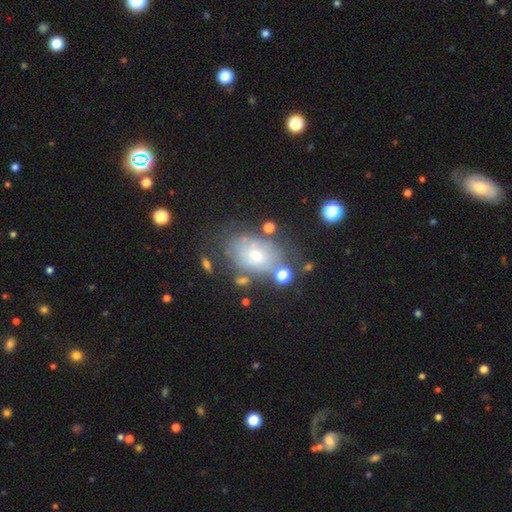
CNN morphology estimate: A smooth galaxy with no disk features (46%). Merging: none (57%).